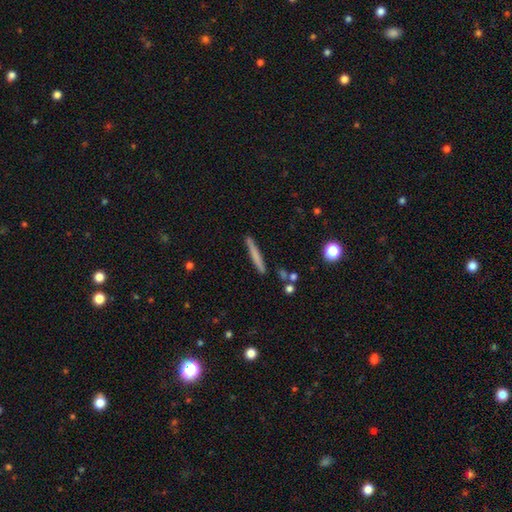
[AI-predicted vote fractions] smooth_or_featured: smooth (p=0.65) [alt: featured or disk p=0.28]
how_rounded: cigar-shaped (p=0.96) [alt: in between p=0.03]
merging: none (p=0.88) [alt: minor disturbance p=0.08]